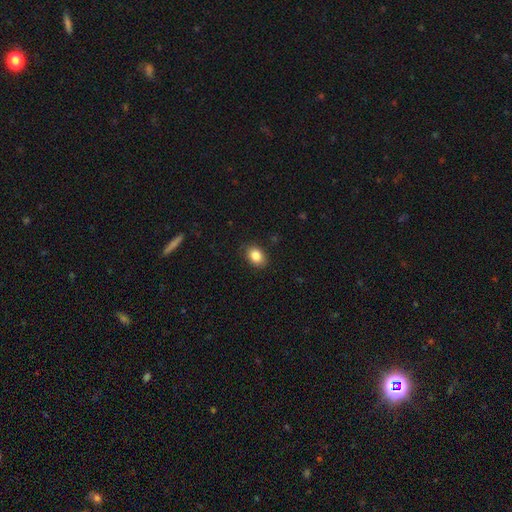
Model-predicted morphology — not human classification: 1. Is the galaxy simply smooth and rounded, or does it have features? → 86% smooth, 9% star or artifact, 5% featured or disk.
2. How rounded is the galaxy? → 71% in between, 27% round, 1% cigar-shaped.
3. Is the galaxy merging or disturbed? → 88% none, 9% minor disturbance, 2% major disturbance, 1% merger.